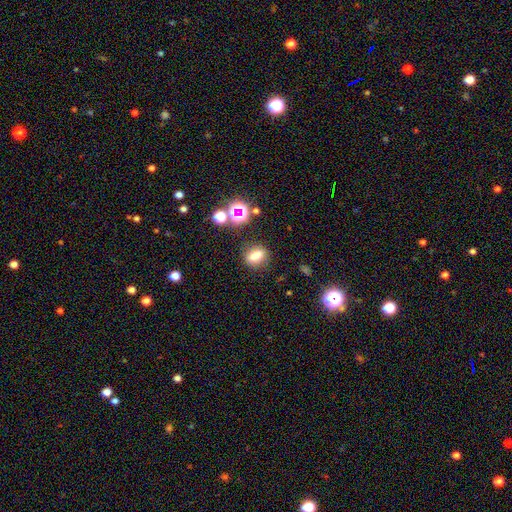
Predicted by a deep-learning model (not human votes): Overall: smooth (70%). How rounded: in between (61%; round 35%). Merging: none (84%).